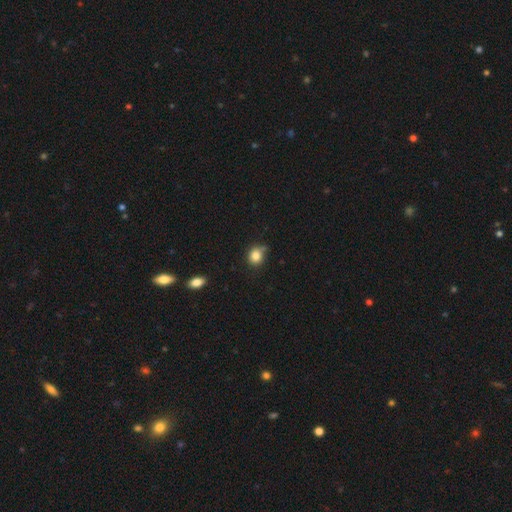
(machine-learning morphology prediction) Overall: smooth (84%). How rounded: round (75%). Merging: none (65%).